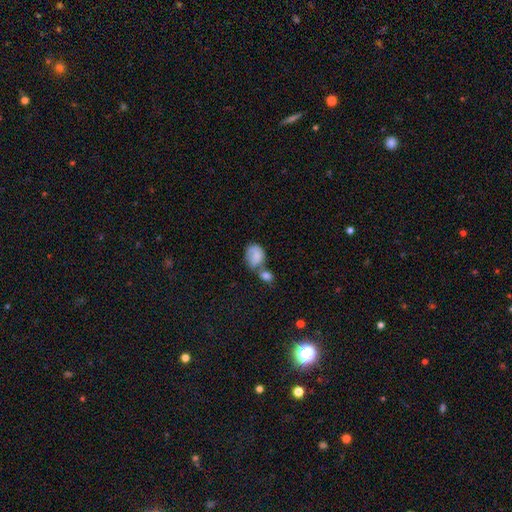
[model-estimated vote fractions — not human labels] This appears to be a smooth galaxy with no disk features (78%) that is in between round and cigar-shaped (58%). Merging: merger (53%).